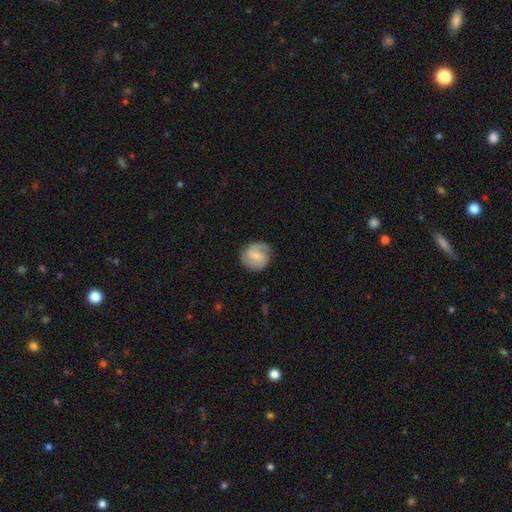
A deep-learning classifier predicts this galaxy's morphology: Overall: featured or disk (61%; smooth 33%). Edge-on disk: no (98%). Bar: weak (54%; no 32%). Spiral arms: yes (90%). Spiral arm count: 2 (73%). Spiral winding: medium (45%; tight 33%). Bulge size: small (59%; moderate 32%). Merging: none (78%).